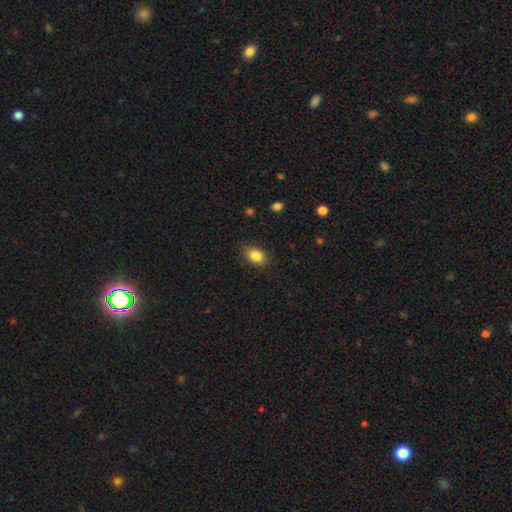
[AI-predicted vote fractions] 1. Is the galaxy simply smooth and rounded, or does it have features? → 86% smooth, 9% star or artifact, 6% featured or disk.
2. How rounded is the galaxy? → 79% in between, 19% round, 1% cigar-shaped.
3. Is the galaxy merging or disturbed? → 82% none, 13% minor disturbance, 3% major disturbance, 1% merger.